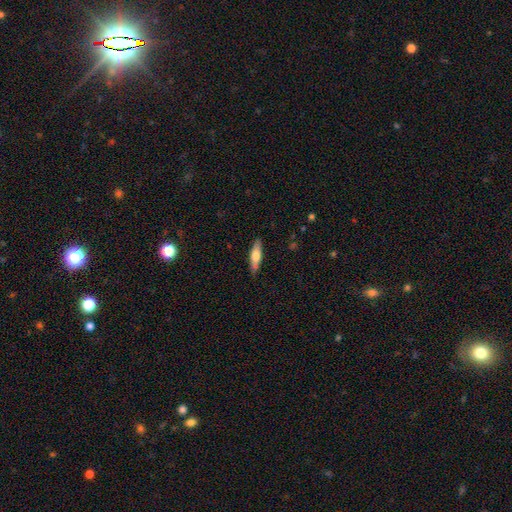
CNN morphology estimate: Smooth or featured? Predicted: smooth (p=0.58). How rounded? Predicted: cigar-shaped (p=0.69). Merging? Predicted: none (p=0.87).